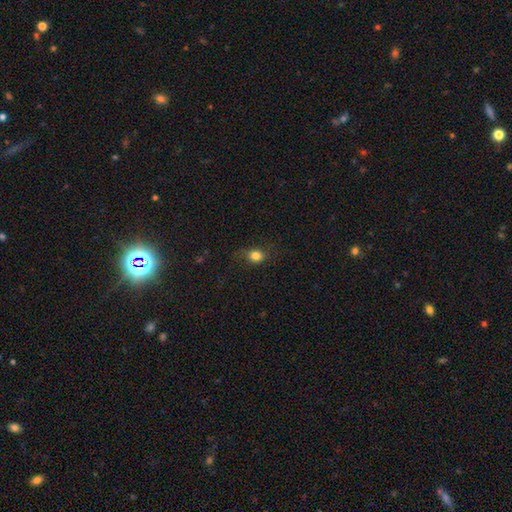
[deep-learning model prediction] smooth-or-featured: smooth: 80% | star or artifact: 11% | featured or disk: 9%
  how-rounded: round: 53% | in between: 45% | cigar-shaped: 2%
  merging: none: 67% | minor disturbance: 21% | major disturbance: 11% | merger: 1%